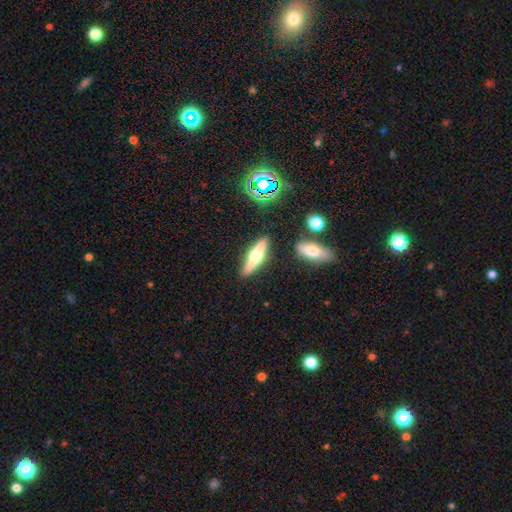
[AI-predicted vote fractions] A featured or disk galaxy (61%) viewed edge-on (95%) with a rounded central bulge (94%). Merging: none (86%).